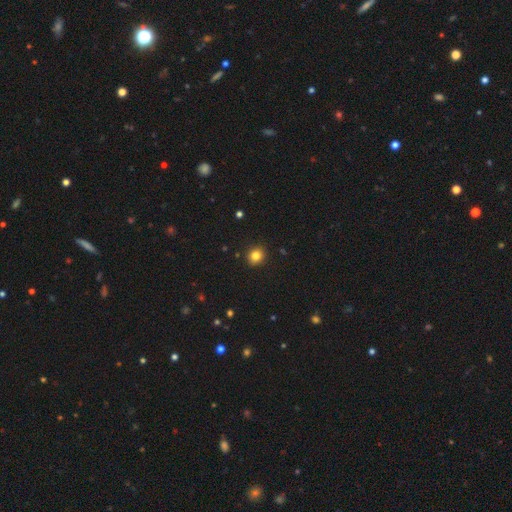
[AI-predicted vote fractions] Smooth or featured? smooth (82%)
How rounded? round (82%)
Merging? none (91%)